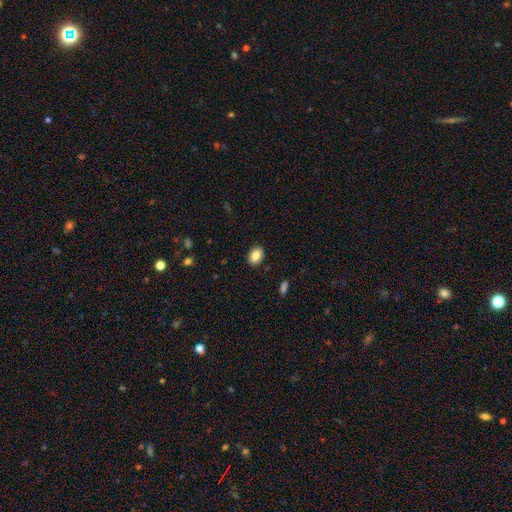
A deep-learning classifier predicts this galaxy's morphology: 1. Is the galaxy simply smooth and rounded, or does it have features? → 83% smooth, 9% featured or disk, 8% star or artifact.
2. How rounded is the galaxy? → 75% in between, 24% round, 1% cigar-shaped.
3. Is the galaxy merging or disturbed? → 89% none, 8% minor disturbance, 2% major disturbance, 1% merger.